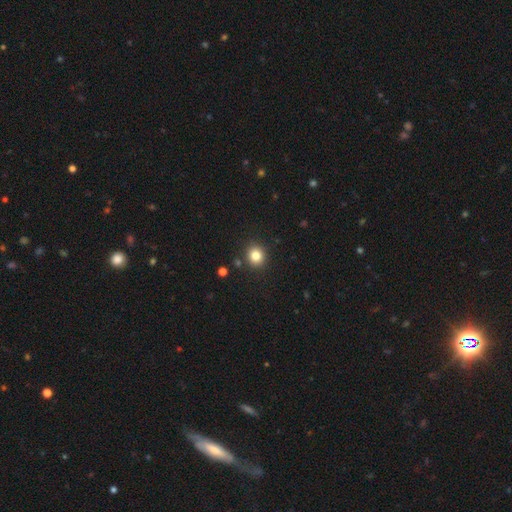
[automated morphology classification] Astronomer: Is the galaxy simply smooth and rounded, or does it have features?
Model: smooth — 82%.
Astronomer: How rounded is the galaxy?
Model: round — 86%.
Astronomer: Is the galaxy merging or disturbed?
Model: none — 89%.